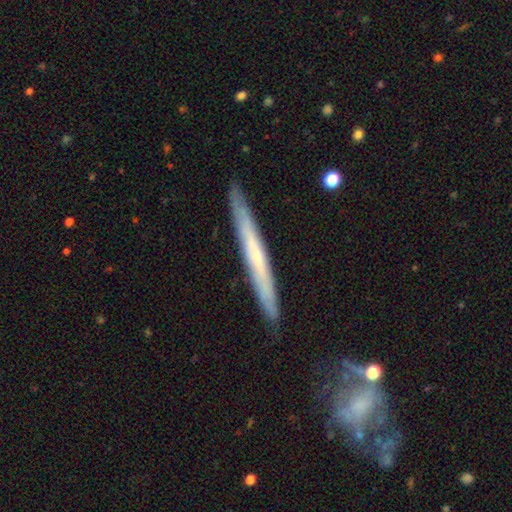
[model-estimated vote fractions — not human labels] Overall: featured or disk (55%; smooth 39%). Edge-on disk: yes (93%). Edge-on bulge: none (72%). Merging: none (88%).